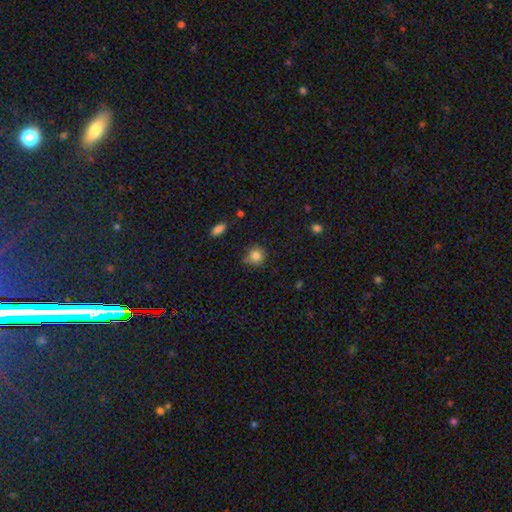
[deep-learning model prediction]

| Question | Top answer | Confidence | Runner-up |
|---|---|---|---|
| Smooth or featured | smooth | 83% | star or artifact (11%) |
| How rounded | round | 89% | in between (10%) |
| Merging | none | 72% | minor disturbance (17%) |